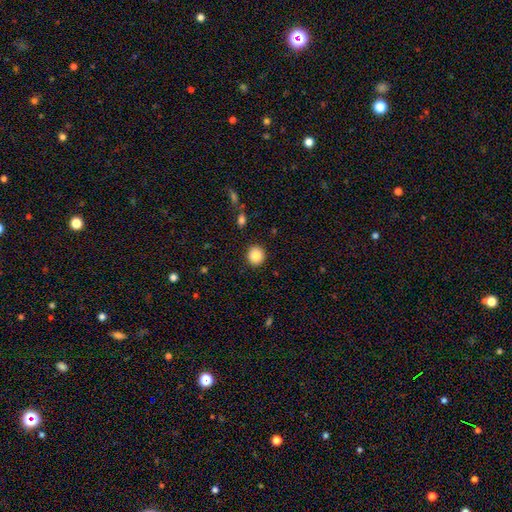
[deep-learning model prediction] Smooth or featured? Predicted: smooth (p=0.86). How rounded? Predicted: round (p=0.89). Merging? Predicted: none (p=0.91).